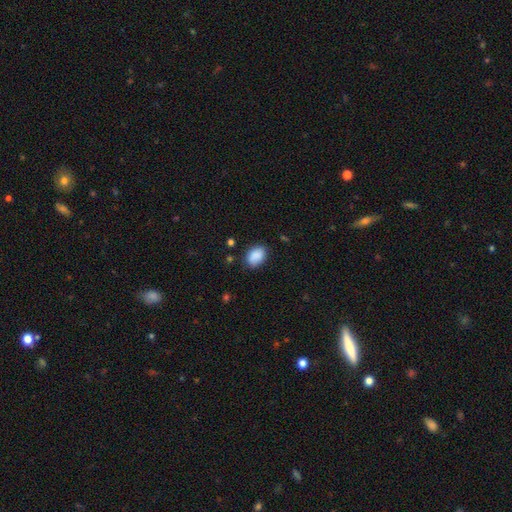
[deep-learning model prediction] Smooth or featured?
  - smooth: 89% *
  - star or artifact: 7%
  - featured or disk: 4%
How rounded?
  - in between: 81% *
  - round: 17%
  - cigar-shaped: 1%
Merging?
  - none: 80% *
  - minor disturbance: 15%
  - major disturbance: 3%
  - merger: 2%